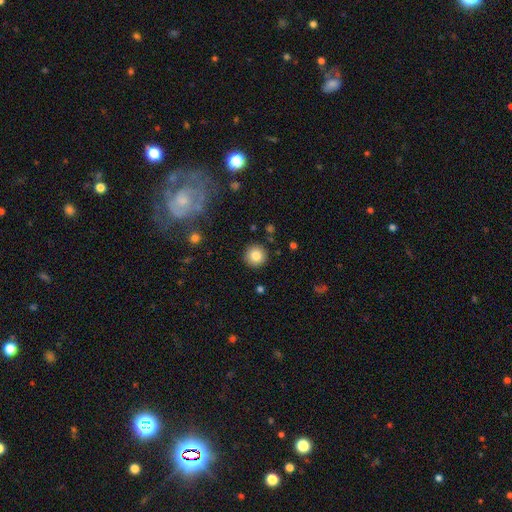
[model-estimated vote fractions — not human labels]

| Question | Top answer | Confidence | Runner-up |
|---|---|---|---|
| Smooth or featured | smooth | 84% | star or artifact (9%) |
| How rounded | round | 95% | in between (4%) |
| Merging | none | 91% | minor disturbance (5%) |